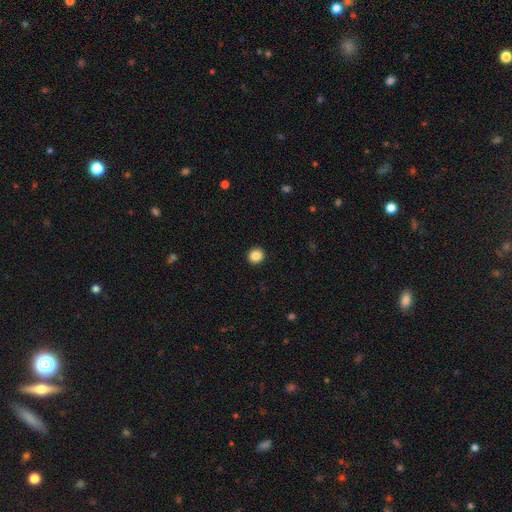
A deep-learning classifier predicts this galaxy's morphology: This appears to be a smooth galaxy with no disk features (86%) that is round (91%). Merging: none (93%).